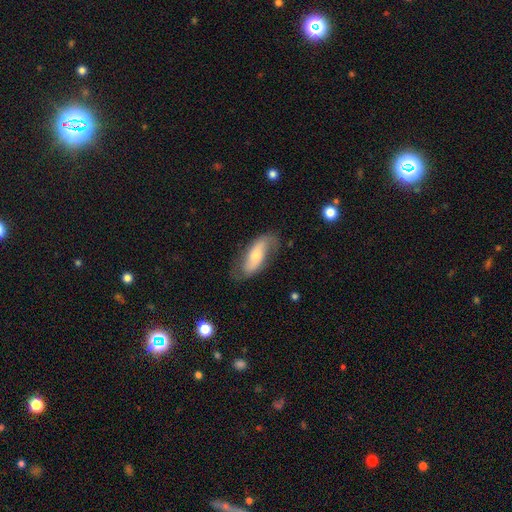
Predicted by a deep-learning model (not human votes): Smooth or featured? Predicted: featured or disk (p=0.56). Edge-on disk? Predicted: no (p=0.83). Merging? Predicted: none (p=0.68).